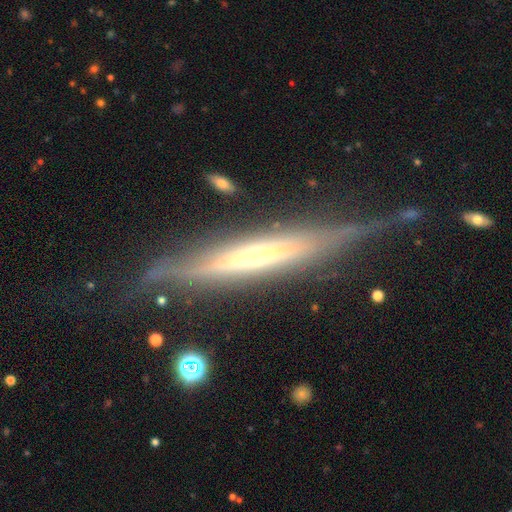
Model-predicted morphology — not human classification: Overall: featured or disk (79%). Edge-on disk: yes (88%). Edge-on bulge: rounded (65%). Merging: none (64%).